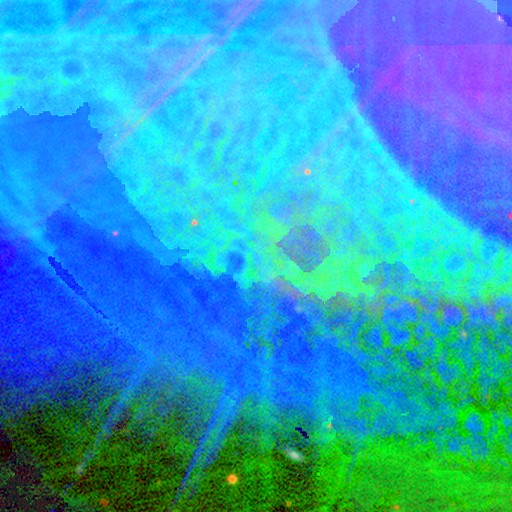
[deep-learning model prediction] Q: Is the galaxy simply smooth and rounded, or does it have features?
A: star or artifact — 85%.